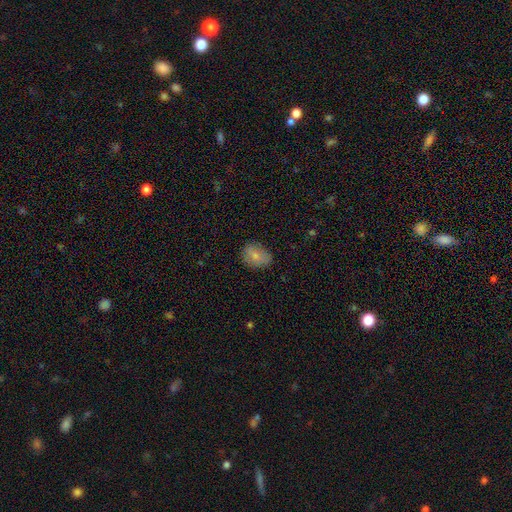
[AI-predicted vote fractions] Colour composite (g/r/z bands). It shows a smooth galaxy with no disk features (78%) that is in between round and cigar-shaped (68%). Merging: none (76%).